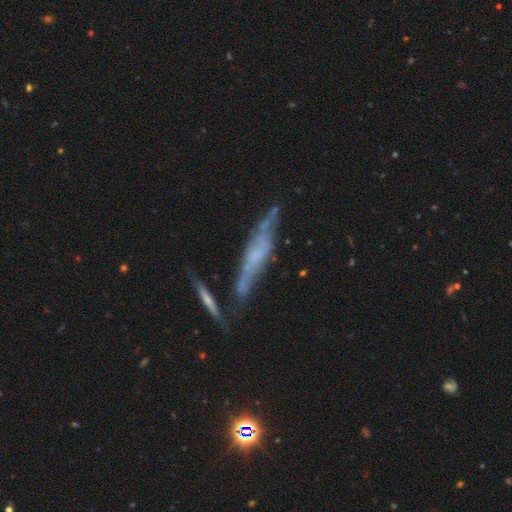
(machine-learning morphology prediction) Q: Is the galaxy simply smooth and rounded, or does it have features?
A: featured or disk — 66%.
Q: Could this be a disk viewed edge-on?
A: yes — 70%.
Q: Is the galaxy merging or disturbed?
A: none — 51%.